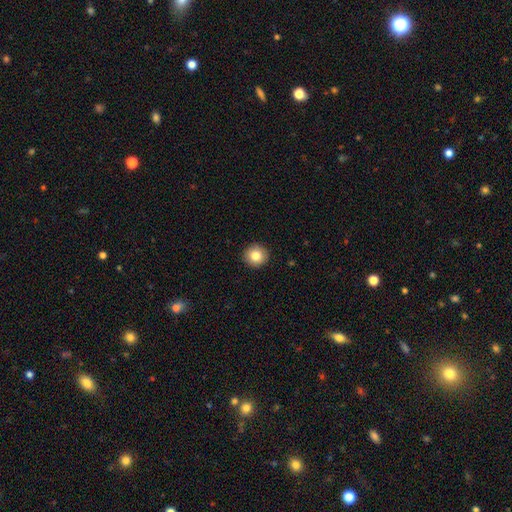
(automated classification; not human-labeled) The model was most divided on "smooth or featured": smooth: 83%, star or artifact: 9%, featured or disk: 8%. More confident: how rounded — round (94%); merging — none (93%).